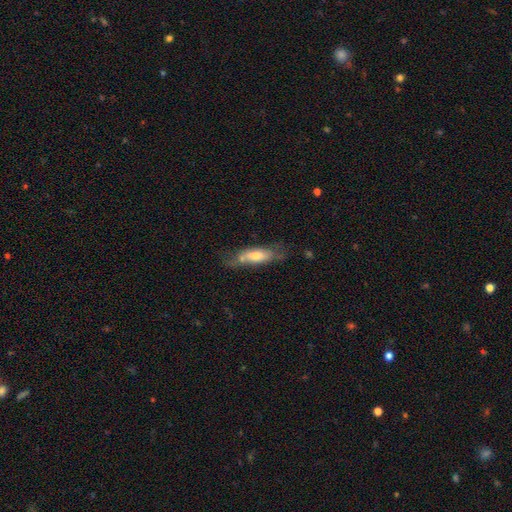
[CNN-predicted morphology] Smooth or featured?
  - smooth: 56% *
  - featured or disk: 37%
  - star or artifact: 7%
How rounded?
  - cigar-shaped: 51% *
  - in between: 47%
  - round: 2%
Merging?
  - none: 52% *
  - minor disturbance: 26%
  - major disturbance: 13%
  - merger: 9%